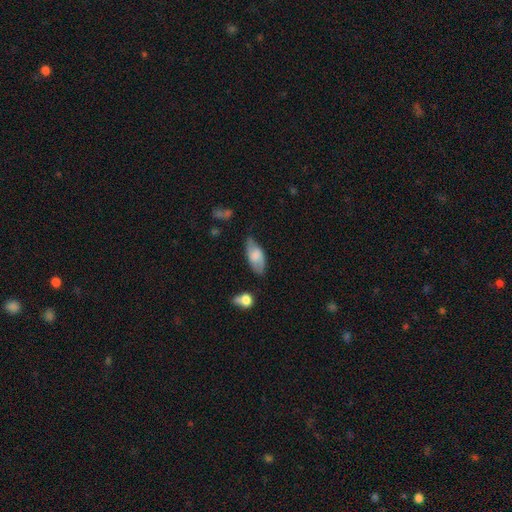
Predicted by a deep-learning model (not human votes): This is possibly a smooth galaxy (59%). How rounded: clearly in between (88%). Merging: likely none (67%).